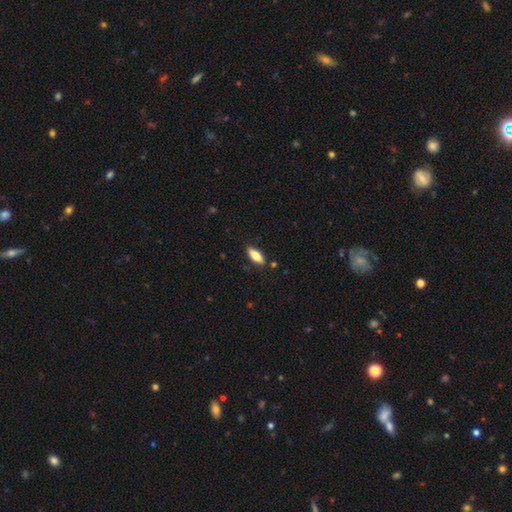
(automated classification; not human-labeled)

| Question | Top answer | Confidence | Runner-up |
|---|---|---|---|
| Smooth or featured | smooth | 71% | featured or disk (23%) |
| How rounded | in between | 70% | cigar-shaped (27%) |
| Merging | none | 86% | minor disturbance (10%) |